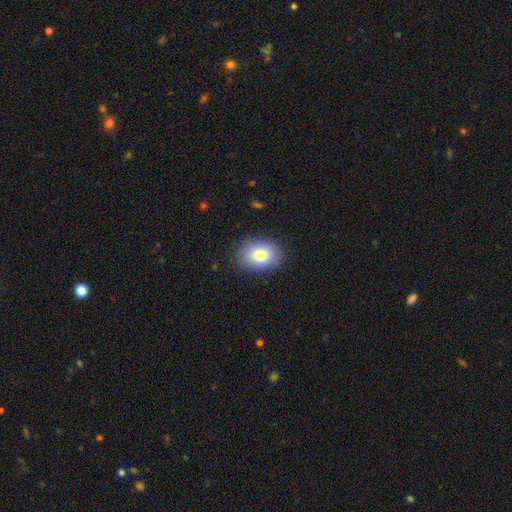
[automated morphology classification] Smooth or featured? smooth (83%)
How rounded? in between (74%)
Merging? none (86%)